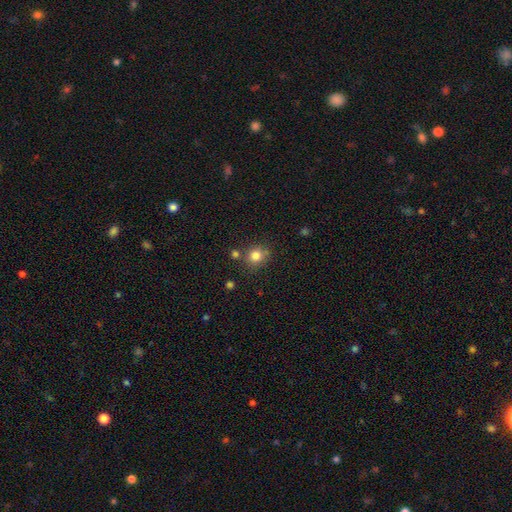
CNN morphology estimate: Smooth or featured? Predicted: smooth (p=0.82). How rounded? Predicted: round (p=0.82). Merging? Predicted: none (p=0.73).